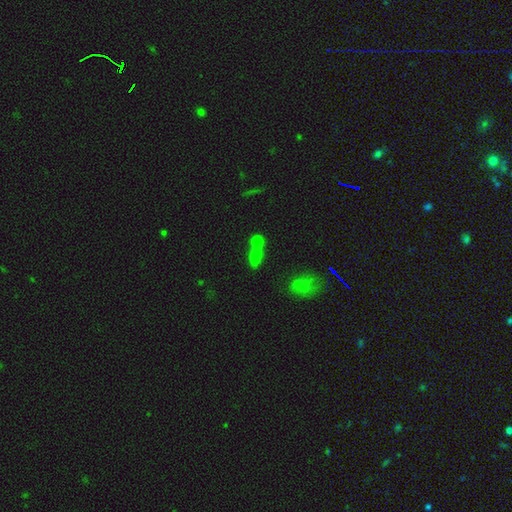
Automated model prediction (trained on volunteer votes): Smooth or featured?
  - smooth: 73% *
  - star or artifact: 17%
  - featured or disk: 10%
How rounded?
  - in between: 51% *
  - round: 26%
  - cigar-shaped: 23%
Merging?
  - none: 50% *
  - merger: 33%
  - minor disturbance: 11%
  - major disturbance: 6%